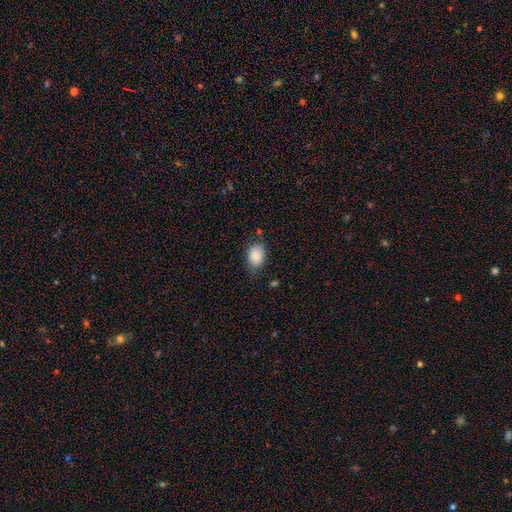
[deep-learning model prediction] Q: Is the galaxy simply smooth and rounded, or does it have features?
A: smooth — 86%.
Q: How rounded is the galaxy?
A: in between — 80%.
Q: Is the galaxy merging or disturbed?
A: none — 64%.